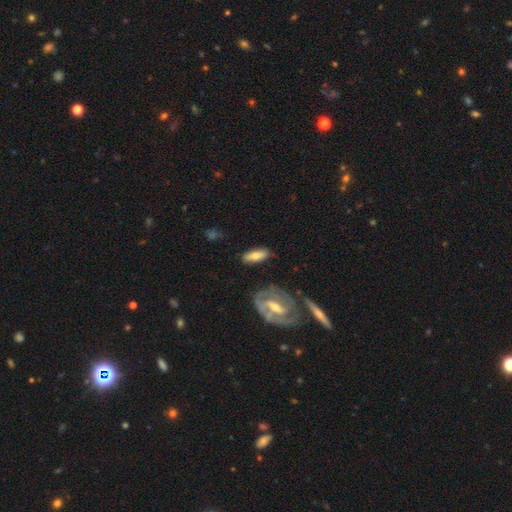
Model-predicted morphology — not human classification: Smooth or featured? Predicted: smooth (p=0.60). How rounded? Predicted: in between (p=0.67). Merging? Predicted: none (p=0.80).